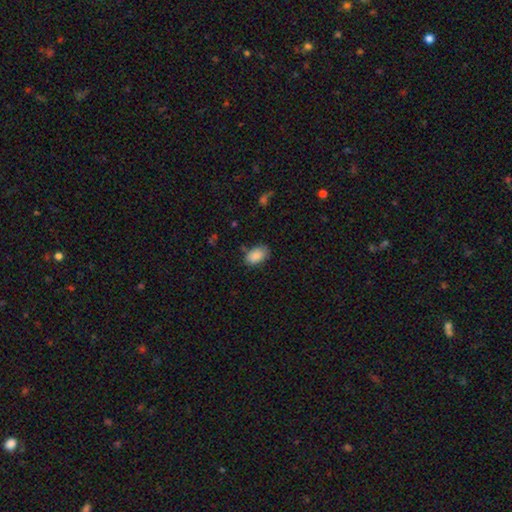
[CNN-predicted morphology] Smooth or featured? Predicted: smooth (p=0.88). How rounded? Predicted: in between (p=0.91). Merging? Predicted: none (p=0.76).